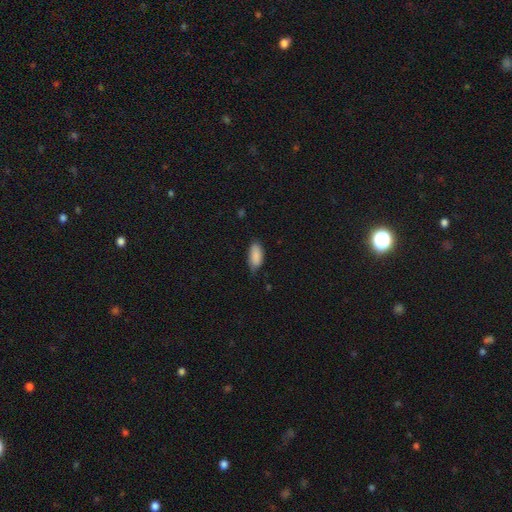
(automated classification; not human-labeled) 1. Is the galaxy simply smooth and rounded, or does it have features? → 89% smooth, 6% star or artifact, 5% featured or disk.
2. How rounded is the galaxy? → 90% in between, 8% cigar-shaped, 2% round.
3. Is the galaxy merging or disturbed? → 67% none, 28% minor disturbance, 4% major disturbance, 1% merger.